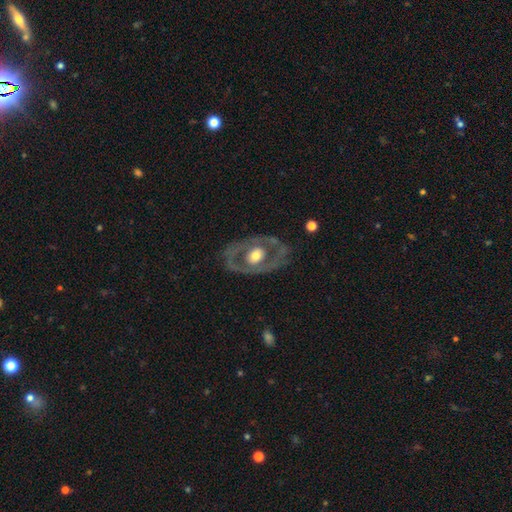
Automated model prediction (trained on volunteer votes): Smooth or featured: featured or disk — 66% (smooth — 29%)
Edge-on disk: no — 92% (yes — 8%)
Bar: no — 84% (weak — 12%)
Spiral arms: no — 80% (yes — 20%)
Bulge size: moderate — 62% (large — 28%)
Merging: none — 73% (minor disturbance — 15%)